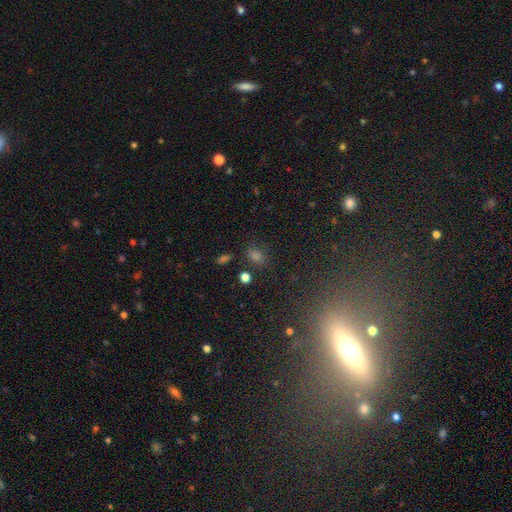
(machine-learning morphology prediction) Smooth or featured?
  - smooth: 62% *
  - star or artifact: 29%
  - featured or disk: 8%
How rounded?
  - in between: 63% *
  - round: 34%
  - cigar-shaped: 3%
Merging?
  - none: 78% *
  - minor disturbance: 13%
  - major disturbance: 5%
  - merger: 4%